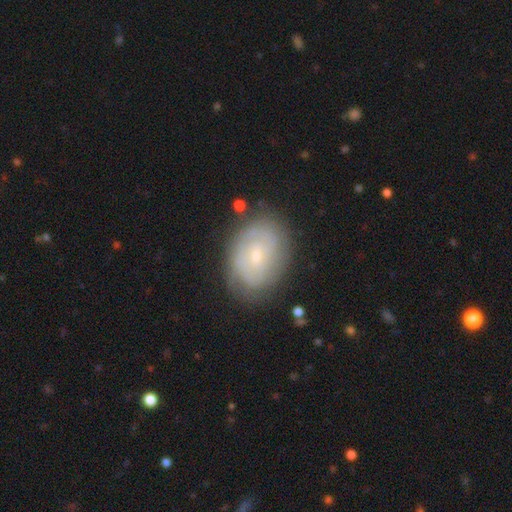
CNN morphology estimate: Smooth or featured? featured or disk (66%)
Edge-on disk? no (96%)
Bar? no (57%)
Spiral arms? yes (84%)
Spiral winding? tight (66%)
Spiral arm count? can't tell (49%)
Bulge size? small (73%)
Merging? none (78%)